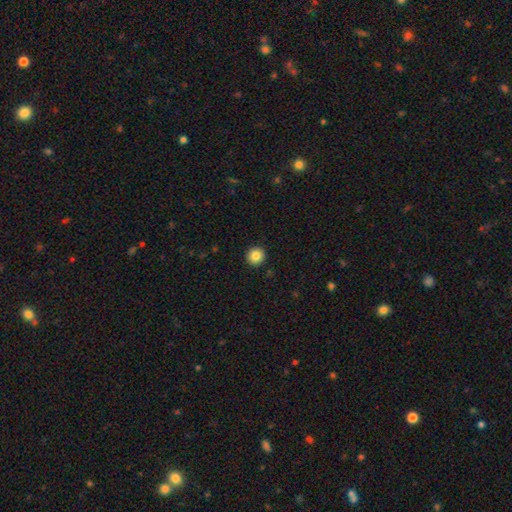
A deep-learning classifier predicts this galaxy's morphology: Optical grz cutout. It shows a smooth galaxy with no disk features (85%) that is round (95%). Merging: none (93%).